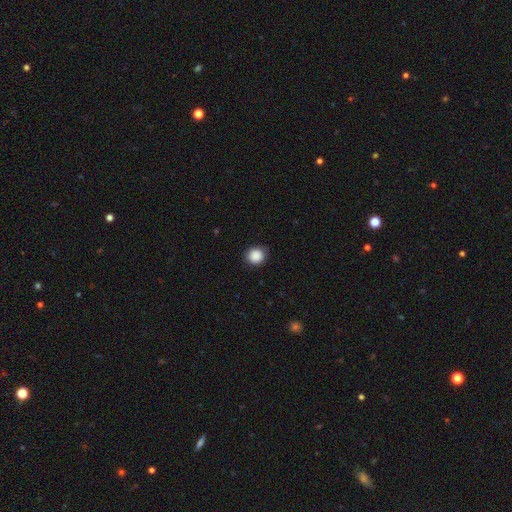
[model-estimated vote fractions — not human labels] smooth-or-featured: smooth: 89% | star or artifact: 9% | featured or disk: 2%
  how-rounded: round: 91% | in between: 8% | cigar-shaped: 1%
  merging: none: 88% | minor disturbance: 9% | major disturbance: 2% | merger: 1%